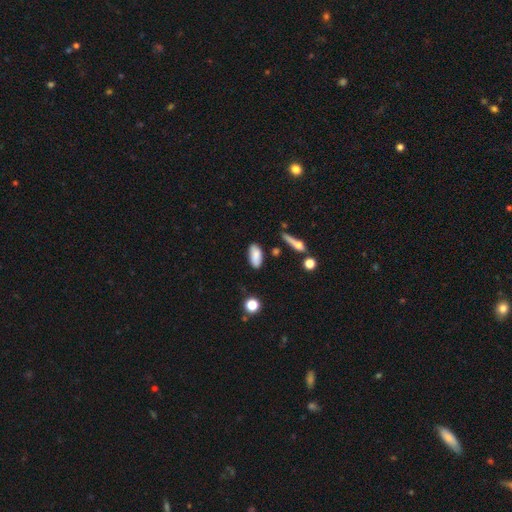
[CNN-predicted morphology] Smooth or featured: smooth — 82% (featured or disk — 10%)
How rounded: in between — 87% (cigar-shaped — 10%)
Merging: none — 78% (minor disturbance — 15%)